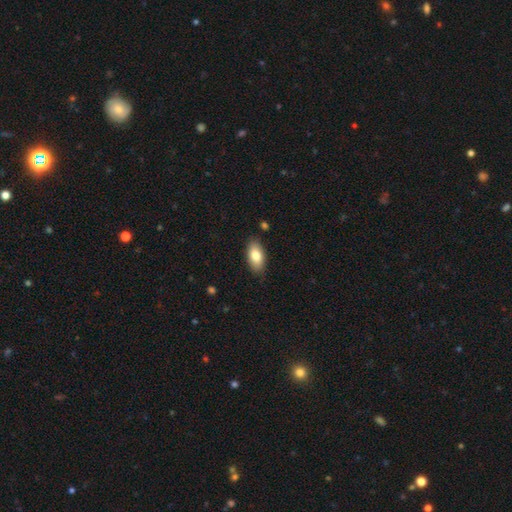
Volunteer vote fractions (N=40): This appears to be a smooth galaxy with no disk features (82%) that is in between round and cigar-shaped (88%). Merging: none (84%).